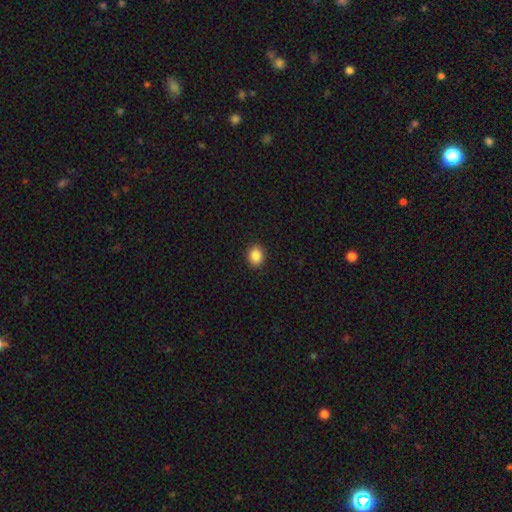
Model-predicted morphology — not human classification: Q: Smooth or featured?
A: smooth (87%); runner-up: star or artifact (9%)
Q: How rounded?
A: round (64%); runner-up: in between (35%)
Q: Merging?
A: none (91%); runner-up: minor disturbance (6%)